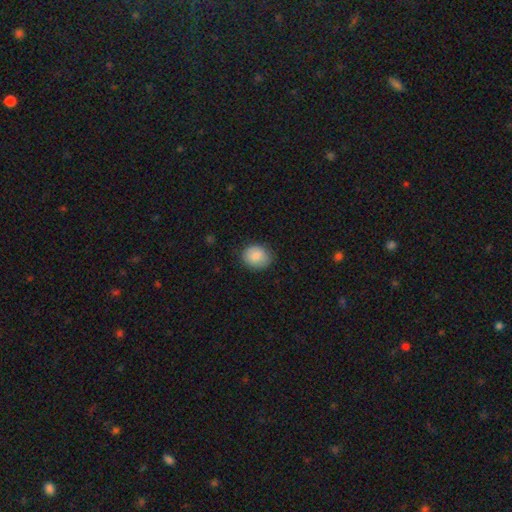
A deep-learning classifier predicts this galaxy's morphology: This is clearly a smooth galaxy (86%). How rounded: likely round (68%). Merging: clearly none (81%).